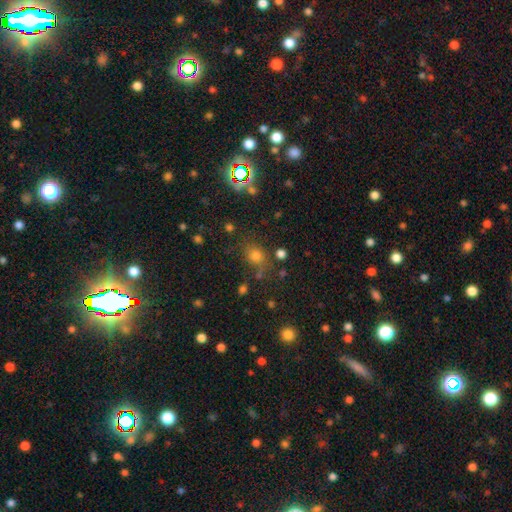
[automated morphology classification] Q: Smooth or featured?
A: smooth (62%); runner-up: star or artifact (29%)
Q: How rounded?
A: round (67%); runner-up: in between (32%)
Q: Merging?
A: none (71%); runner-up: minor disturbance (15%)